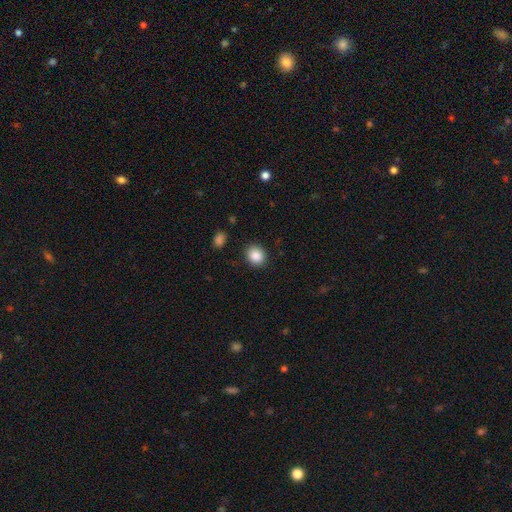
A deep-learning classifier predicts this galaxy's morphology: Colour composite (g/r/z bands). It shows a smooth galaxy with no disk features (88%) that is round (73%). Merging: none (89%).